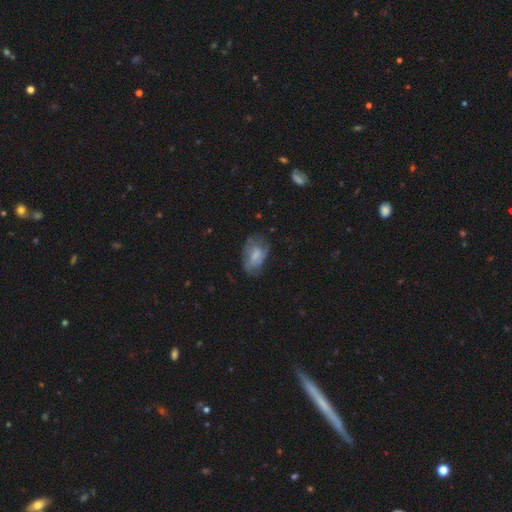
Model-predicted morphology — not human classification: smooth-or-featured: smooth: 50% | featured or disk: 41% | star or artifact: 8%
  how-rounded: in between: 89% | round: 8% | cigar-shaped: 3%
  merging: none: 48% | minor disturbance: 30% | major disturbance: 19% | merger: 2%